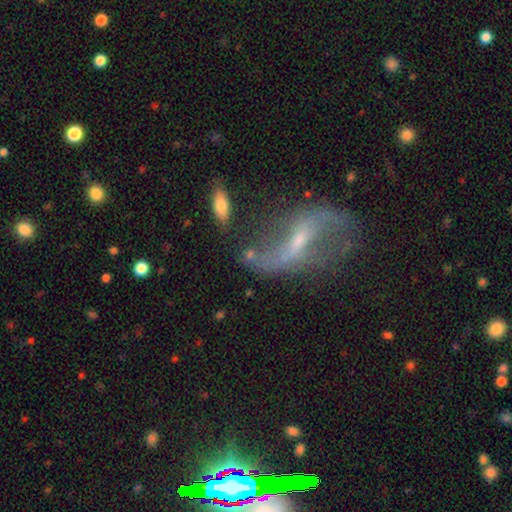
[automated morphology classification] type=featured or disk (74%); edge-on=no (87%); bar=weak (38%); spiral arms=yes (78%); winding=loose (85%); arm count=2 (89%); bulge=small (60%); merging=none (52%).